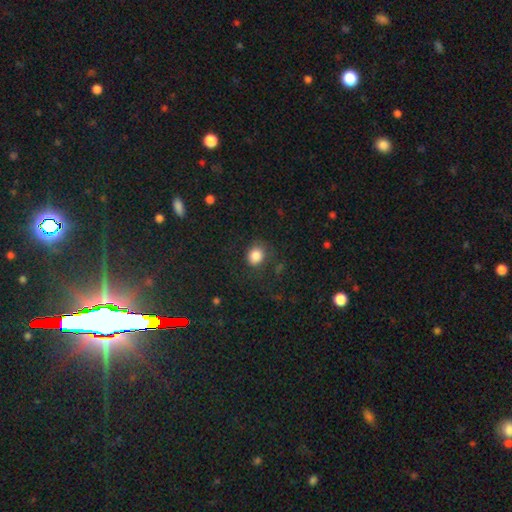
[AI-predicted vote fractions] smooth_or_featured: smooth (p=0.85) [alt: star or artifact p=0.10]
how_rounded: round (p=0.67) [alt: in between p=0.32]
merging: none (p=0.72) [alt: minor disturbance p=0.17]